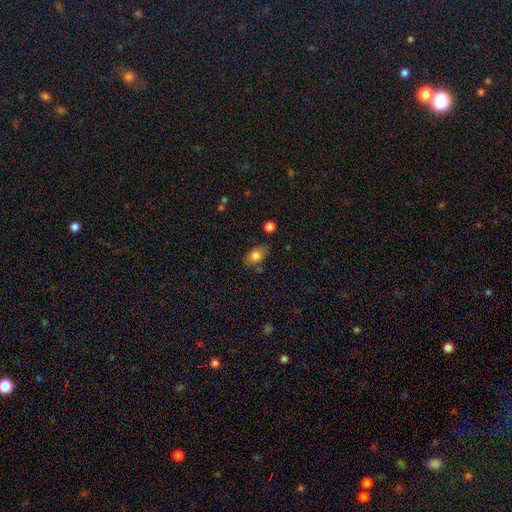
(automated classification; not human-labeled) Overall: smooth (79%). How rounded: in between (87%). Merging: none (75%).